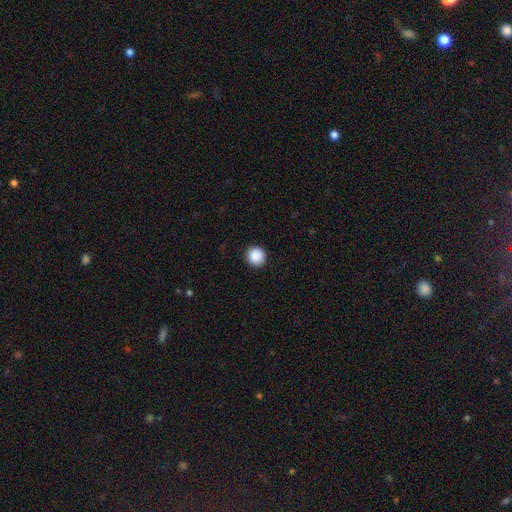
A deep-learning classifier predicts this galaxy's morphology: Smooth or featured?
  - smooth: 89% *
  - star or artifact: 8%
  - featured or disk: 3%
How rounded?
  - round: 94% *
  - in between: 5%
  - cigar-shaped: 1%
Merging?
  - none: 92% *
  - minor disturbance: 6%
  - major disturbance: 2%
  - merger: 1%